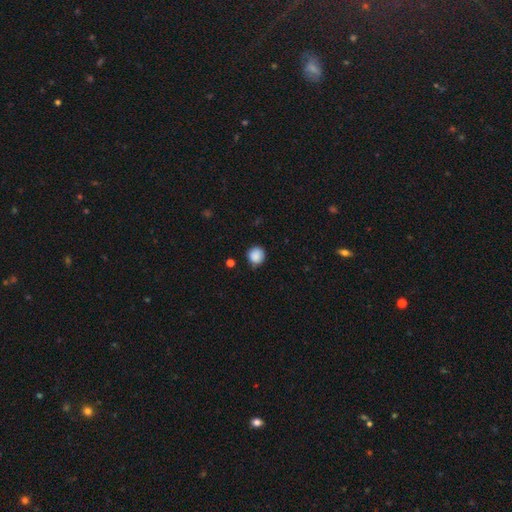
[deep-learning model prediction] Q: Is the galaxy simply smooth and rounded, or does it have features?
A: smooth — 88%.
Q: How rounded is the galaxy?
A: round — 91%.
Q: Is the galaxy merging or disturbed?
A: none — 80%.